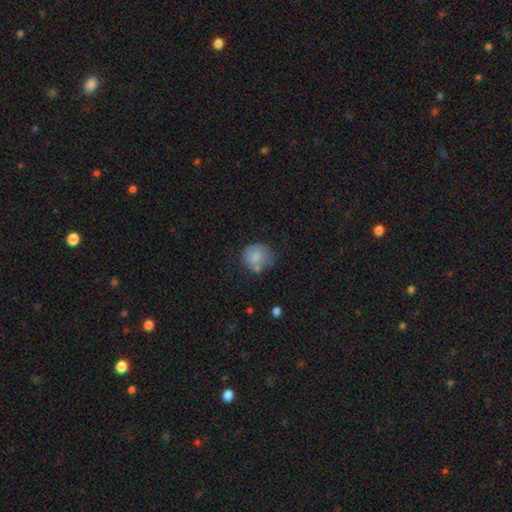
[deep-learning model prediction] smooth 78%, featured or disk 14%, star or artifact 8%. Down the decision tree: how rounded — round (80%); merging — none (55%).